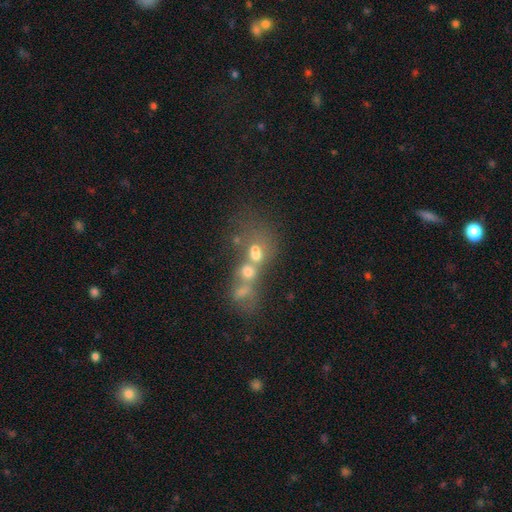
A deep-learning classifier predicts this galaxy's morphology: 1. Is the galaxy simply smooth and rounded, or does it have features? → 46% smooth, 35% featured or disk, 19% star or artifact.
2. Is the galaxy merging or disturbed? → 67% merger, 17% none, 10% major disturbance, 6% minor disturbance.